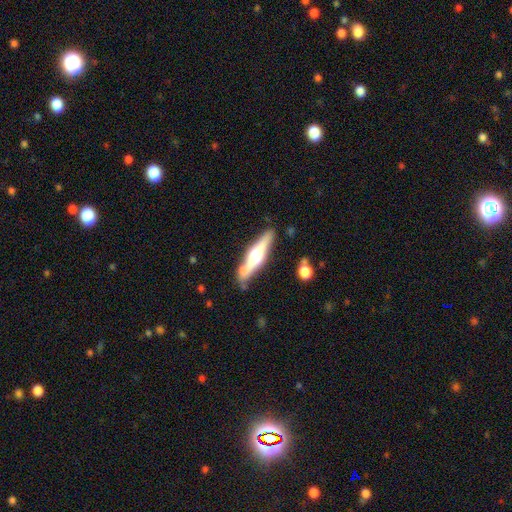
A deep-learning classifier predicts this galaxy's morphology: smooth-or-featured: featured or disk: 59% | smooth: 36% | star or artifact: 5%
  disk-edge-on: yes: 90% | no: 10%
    edge-on-bulge: rounded: 91% | boxy: 6% | none: 4%
  merging: none: 68% | minor disturbance: 17% | merger: 12% | major disturbance: 4%